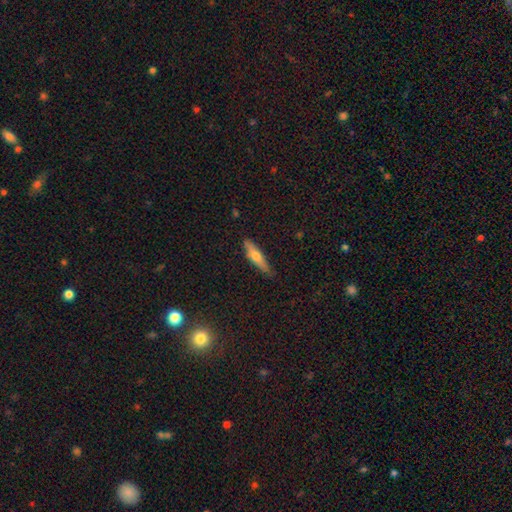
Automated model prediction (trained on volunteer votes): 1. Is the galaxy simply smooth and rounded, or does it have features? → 58% smooth, 36% featured or disk, 6% star or artifact.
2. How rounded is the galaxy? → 77% cigar-shaped, 21% in between, 2% round.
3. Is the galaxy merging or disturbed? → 83% none, 13% minor disturbance, 2% major disturbance, 1% merger.